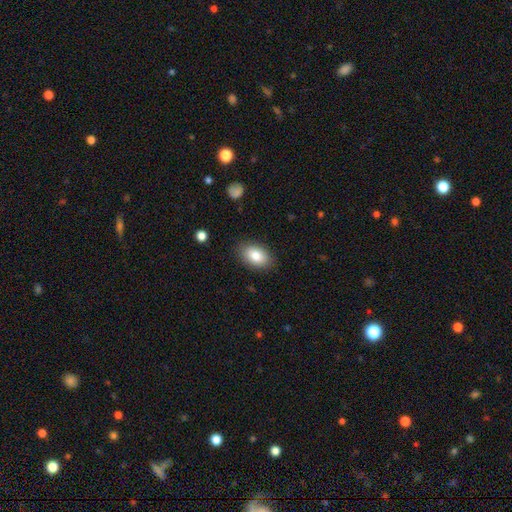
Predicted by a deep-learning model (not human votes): smooth_or_featured: smooth (p=0.83) [alt: featured or disk p=0.09]
how_rounded: in between (p=0.89) [alt: round p=0.10]
merging: none (p=0.85) [alt: minor disturbance p=0.11]